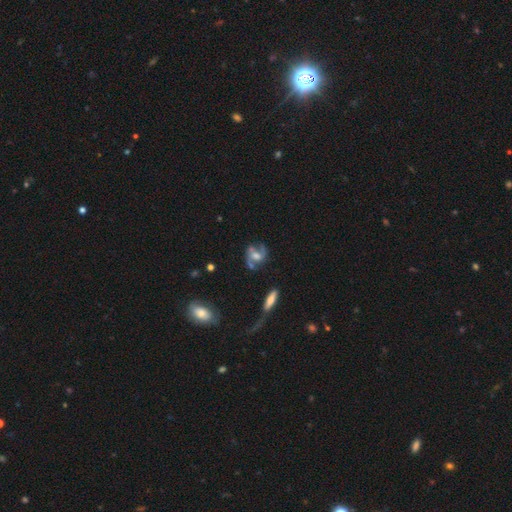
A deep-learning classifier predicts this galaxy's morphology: smooth_or_featured: featured or disk (p=0.77) [alt: smooth p=0.15]
disk_edge_on: no (p=0.95) [alt: yes p=0.05]
bar: no (p=0.45) [alt: weak p=0.40]
has_spiral_arms: yes (p=0.90) [alt: no p=0.10]
spiral_winding: medium (p=0.47) [alt: loose p=0.39]
spiral_arm_count: 2 (p=0.83) [alt: can't tell p=0.07]
bulge_size: moderate (p=0.52) [alt: small p=0.24]
merging: none (p=0.61) [alt: minor disturbance p=0.19]